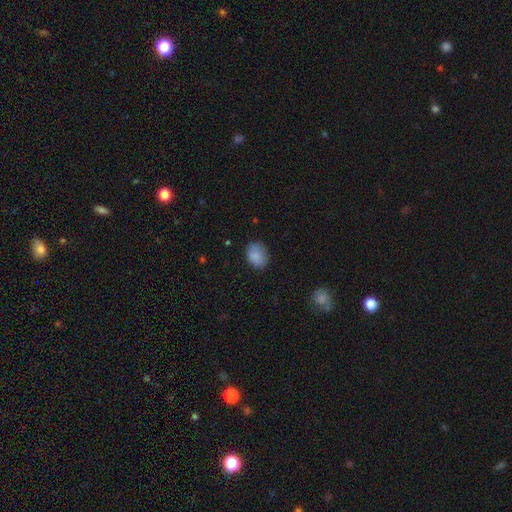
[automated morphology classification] smooth_or_featured: smooth (p=0.86) [alt: star or artifact p=0.08]
how_rounded: in between (p=0.61) [alt: round p=0.38]
merging: none (p=0.76) [alt: minor disturbance p=0.18]